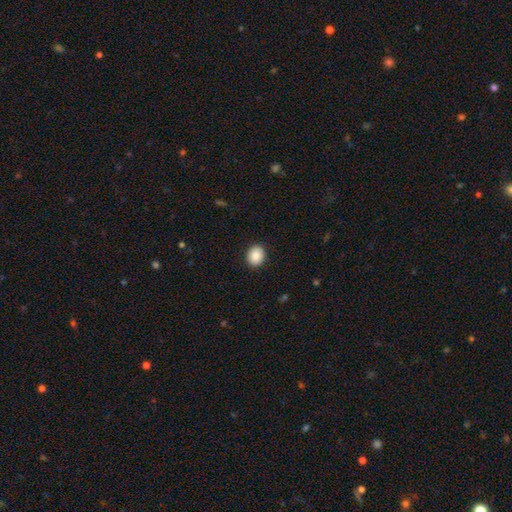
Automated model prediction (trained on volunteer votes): This appears to be a smooth galaxy with no disk features (87%) that is round (68%). Merging: none (91%).